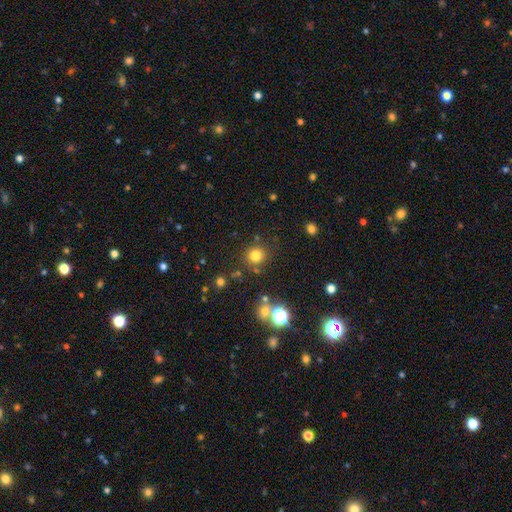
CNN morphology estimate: A smooth galaxy with no disk features (77%) that is round (91%).

Vote fractions:
- Smooth or featured? smooth: 77% / star or artifact: 17% / featured or disk: 6%
- How rounded? round: 91% / in between: 8% / cigar-shaped: 1%
- Merging? none: 83% / minor disturbance: 8% / merger: 5% / major disturbance: 4%